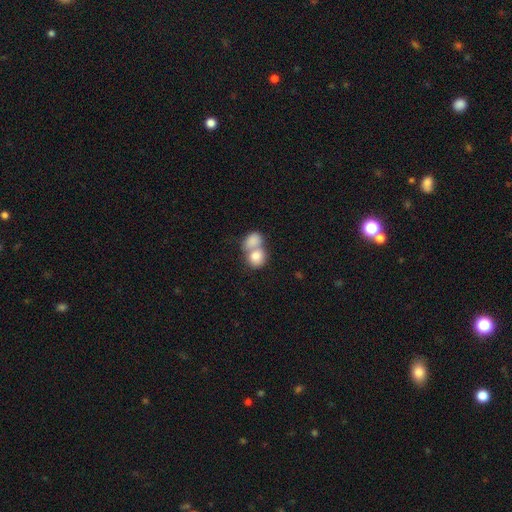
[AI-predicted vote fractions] A smooth galaxy with no disk features (81%) that is round (56%). Merging: merger (70%).